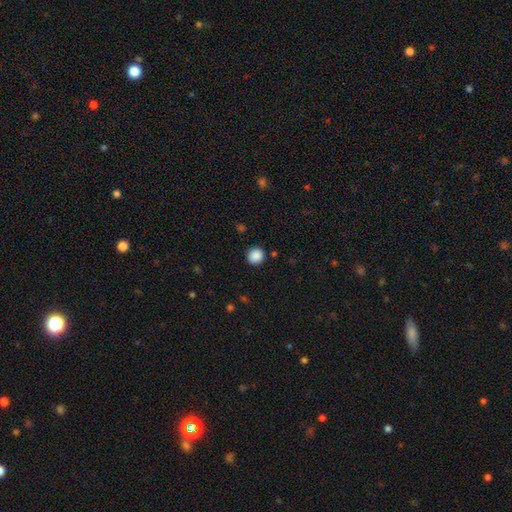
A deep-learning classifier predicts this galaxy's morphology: smooth_or_featured: smooth (p=0.88) [alt: star or artifact p=0.09]
how_rounded: round (p=0.90) [alt: in between p=0.09]
merging: none (p=0.90) [alt: minor disturbance p=0.06]